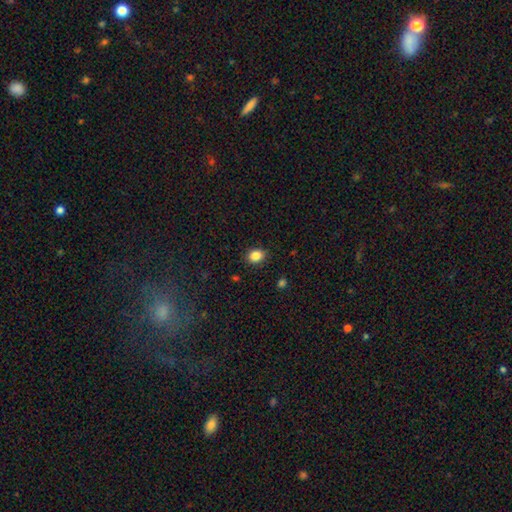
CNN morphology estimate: Smooth or featured?
  - smooth: 86% *
  - star or artifact: 10%
  - featured or disk: 4%
How rounded?
  - round: 50% * (tied)
  - in between: 50% * (tied)
  - cigar-shaped: 1%
Merging?
  - none: 87% *
  - minor disturbance: 10%
  - major disturbance: 2%
  - merger: 1%